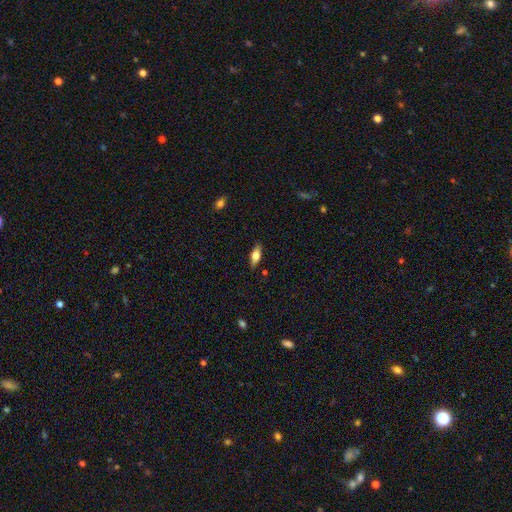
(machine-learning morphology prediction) smooth_or_featured: smooth (p=0.62) [alt: featured or disk p=0.31]
how_rounded: in between (p=0.69) [alt: cigar-shaped p=0.28]
merging: none (p=0.87) [alt: minor disturbance p=0.10]